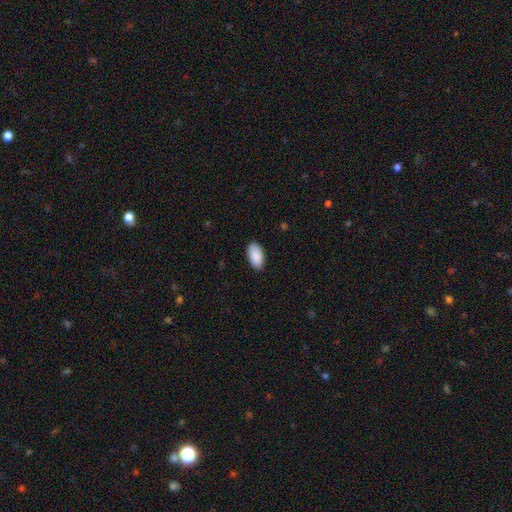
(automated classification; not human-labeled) Smooth or featured?
  - smooth: 91% *
  - star or artifact: 6%
  - featured or disk: 4%
How rounded?
  - in between: 96% *
  - round: 2%
  - cigar-shaped: 2%
Merging?
  - none: 88% *
  - minor disturbance: 9%
  - major disturbance: 2%
  - merger: 1%